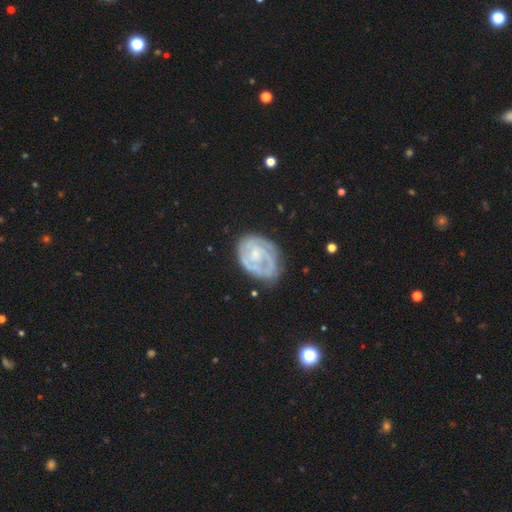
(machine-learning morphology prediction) featured or disk 77%, smooth 17%, star or artifact 6%. Down the decision tree: edge-on disk — no (97%); bar — no (70%); spiral arms — yes (83%); spiral arm count — can't tell (35%, tied with 2); spiral winding — tight (64%); bulge size — small (52%); merging — none (64%).